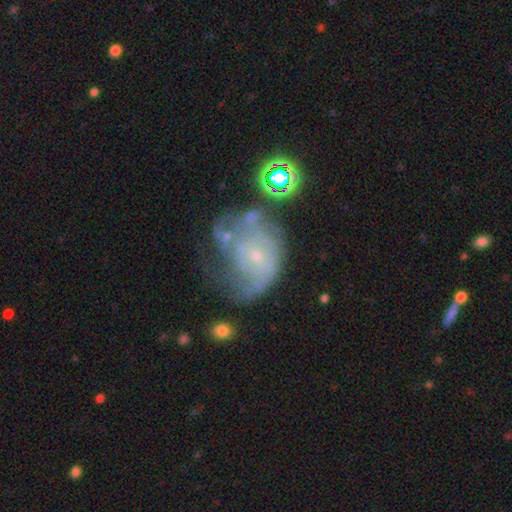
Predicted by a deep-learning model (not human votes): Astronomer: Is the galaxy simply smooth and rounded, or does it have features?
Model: featured or disk — 72%.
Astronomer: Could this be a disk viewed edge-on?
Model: no — 97%.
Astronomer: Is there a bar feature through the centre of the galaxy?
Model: no — 76%.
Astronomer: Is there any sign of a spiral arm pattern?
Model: yes — 75%.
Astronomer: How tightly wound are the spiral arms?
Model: tight — 50% (runner-up: medium, 34%).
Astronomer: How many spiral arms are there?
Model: can't tell — 51%.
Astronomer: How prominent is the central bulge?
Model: small — 78%.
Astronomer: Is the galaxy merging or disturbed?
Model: major disturbance — 34% (runner-up: none, 31%).